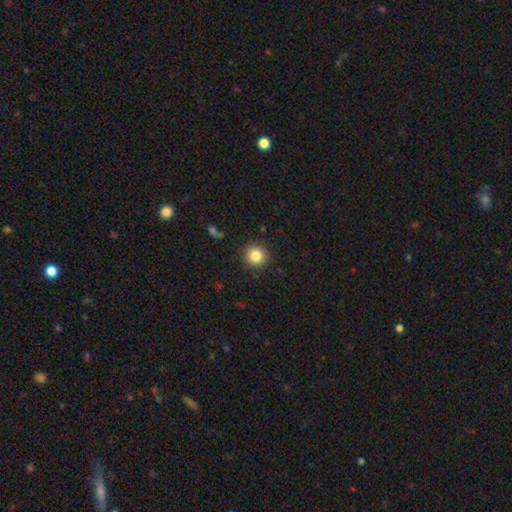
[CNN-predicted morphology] The model was most divided on "smooth or featured": smooth: 84%, star or artifact: 10%, featured or disk: 6%. More confident: how rounded — round (94%); merging — none (91%).